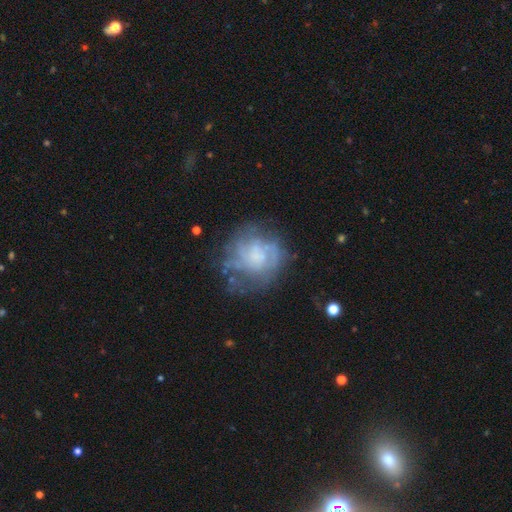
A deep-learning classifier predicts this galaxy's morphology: Smooth or featured? Predicted: featured or disk (p=0.64). Edge-on disk? Predicted: no (p=0.98). Bar? Predicted: no (p=0.73). Spiral arms? Predicted: yes (p=0.67). Bulge size? Predicted: none (p=0.38). Merging? Predicted: none (p=0.61).